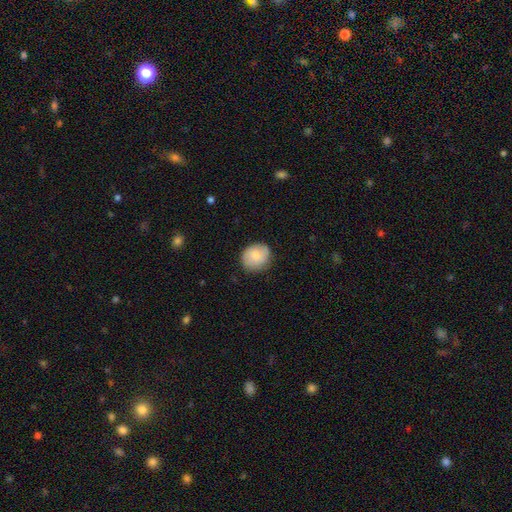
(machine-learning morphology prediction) smooth 80%, featured or disk 13%, star or artifact 6%. Down the decision tree: how rounded — round (75%); merging — none (84%).